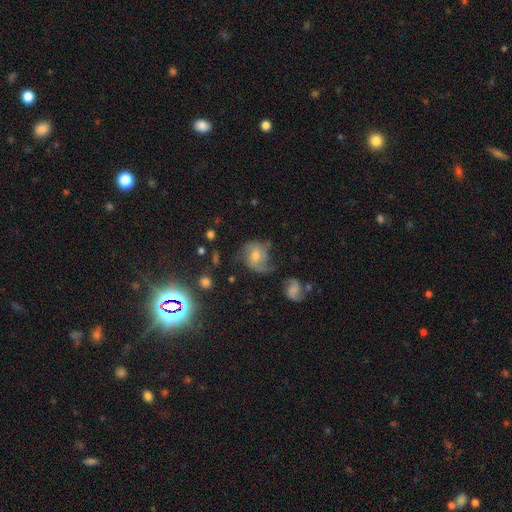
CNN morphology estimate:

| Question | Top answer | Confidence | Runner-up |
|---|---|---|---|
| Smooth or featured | featured or disk | 53% | smooth (37%) |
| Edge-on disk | no | 97% | yes (3%) |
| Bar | no | 61% | weak (32%) |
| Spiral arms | yes | 83% | no (17%) |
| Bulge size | moderate | 59% | small (32%) |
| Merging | none | 43% | minor disturbance (27%) |